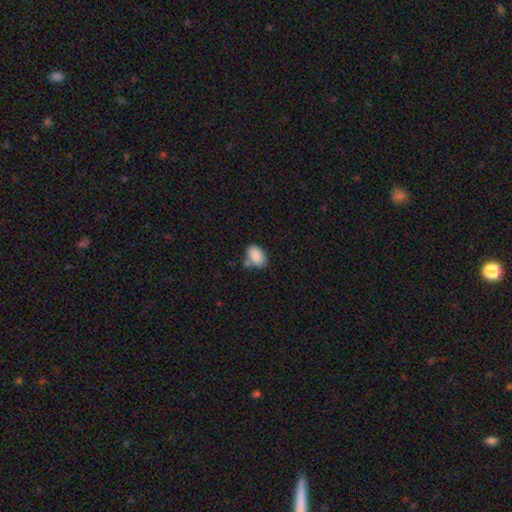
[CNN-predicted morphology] smooth-or-featured: smooth: 88% | star or artifact: 7% | featured or disk: 5%
  how-rounded: in between: 90% | round: 9% | cigar-shaped: 1%
  merging: none: 61% | minor disturbance: 19% | merger: 16% | major disturbance: 5%